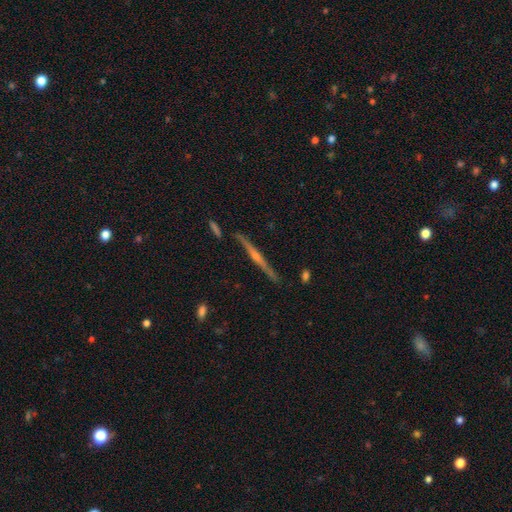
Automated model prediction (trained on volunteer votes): Q: Smooth or featured?
A: featured or disk (80%); runner-up: smooth (14%)
Q: Edge-on disk?
A: yes (98%); runner-up: no (2%)
Q: Edge-on bulge?
A: rounded (75%); runner-up: none (16%)
Q: Merging?
A: none (86%); runner-up: minor disturbance (9%)